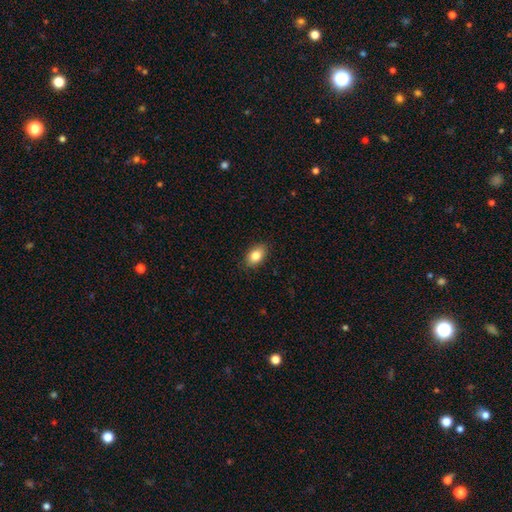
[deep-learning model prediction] Smooth or featured? smooth (84%)
How rounded? in between (88%)
Merging? none (88%)